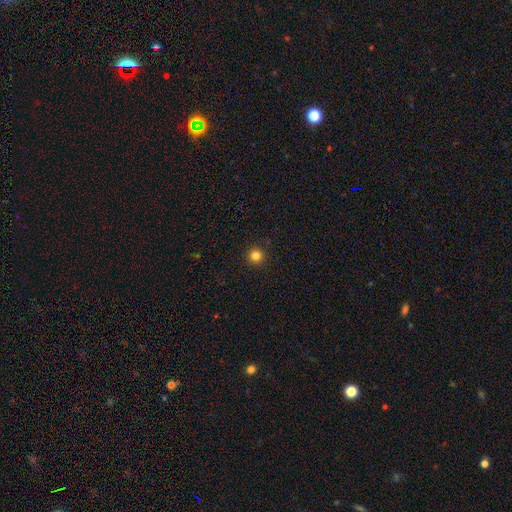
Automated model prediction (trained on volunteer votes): smooth_or_featured: smooth (p=0.82) [alt: star or artifact p=0.13]
how_rounded: round (p=0.96) [alt: in between p=0.03]
merging: none (p=0.93) [alt: minor disturbance p=0.05]